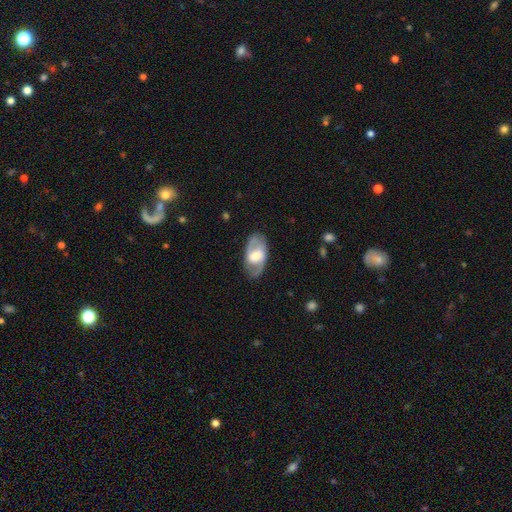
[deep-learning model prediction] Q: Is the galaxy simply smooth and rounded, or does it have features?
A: featured or disk — 67%.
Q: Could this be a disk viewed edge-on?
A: no — 92%.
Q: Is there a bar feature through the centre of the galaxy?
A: weak — 44%.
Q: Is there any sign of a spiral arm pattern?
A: yes — 70%.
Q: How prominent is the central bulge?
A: moderate — 47%.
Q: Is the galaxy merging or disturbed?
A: none — 81%.